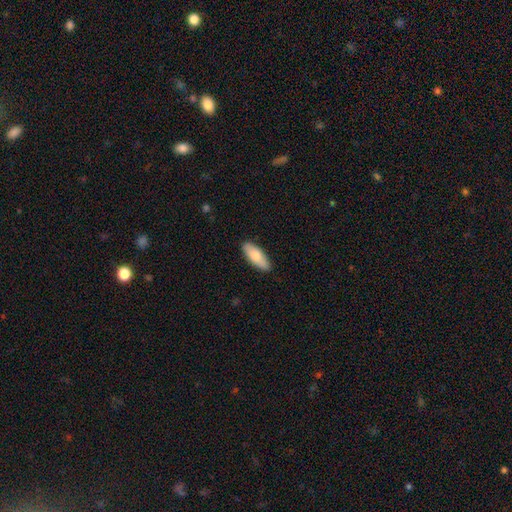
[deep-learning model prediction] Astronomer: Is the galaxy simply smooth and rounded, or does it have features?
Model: smooth — 80%.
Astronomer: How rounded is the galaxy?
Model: in between — 73%.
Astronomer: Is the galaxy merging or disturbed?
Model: none — 87%.